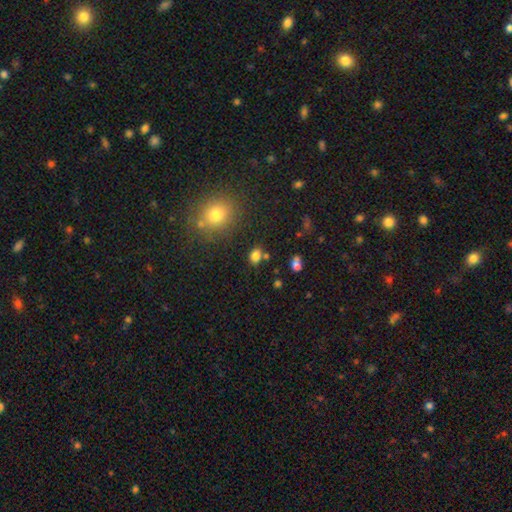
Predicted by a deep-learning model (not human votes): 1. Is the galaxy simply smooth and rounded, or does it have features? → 80% smooth, 14% star or artifact, 6% featured or disk.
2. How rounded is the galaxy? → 60% in between, 39% round, 1% cigar-shaped.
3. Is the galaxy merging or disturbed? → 74% none, 12% minor disturbance, 11% merger, 4% major disturbance.